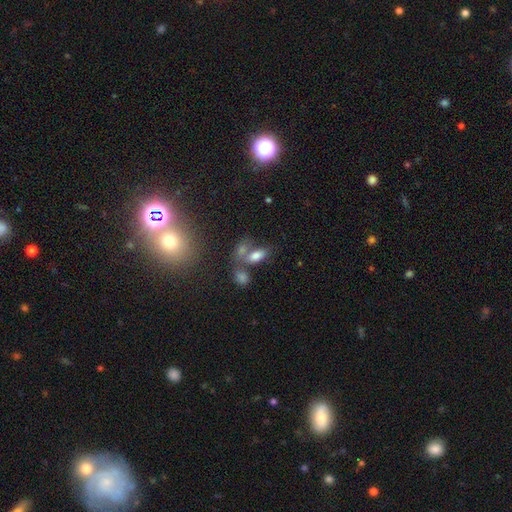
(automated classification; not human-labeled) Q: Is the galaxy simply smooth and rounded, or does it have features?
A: smooth — 76%.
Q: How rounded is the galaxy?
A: in between — 87%.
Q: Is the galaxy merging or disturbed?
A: none — 45%.